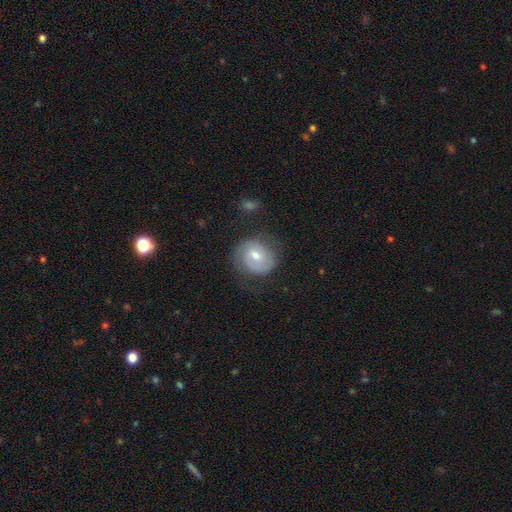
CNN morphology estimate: Smooth or featured?
  - featured or disk: 64% *
  - smooth: 30%
  - star or artifact: 7%
Edge-on disk?
  - no: 97% *
  - yes: 3%
Bar?
  - weak: 52% *
  - no: 38%
  - strong: 11%
Spiral arms?
  - yes: 85% *
  - no: 15%
Spiral winding?
  - tight: 45% *
  - medium: 39%
  - loose: 16%
Spiral arm count?
  - 2: 68% *
  - can't tell: 18%
  - 1: 8%
  - 3: 4%
  - 4: 1%
  - more than 4: 1%
Bulge size?
  - moderate: 61% *
  - small: 33%
  - large: 3%
  - none: 1%
  - dominant: 1%
Merging?
  - none: 67% *
  - minor disturbance: 20%
  - major disturbance: 11%
  - merger: 2%